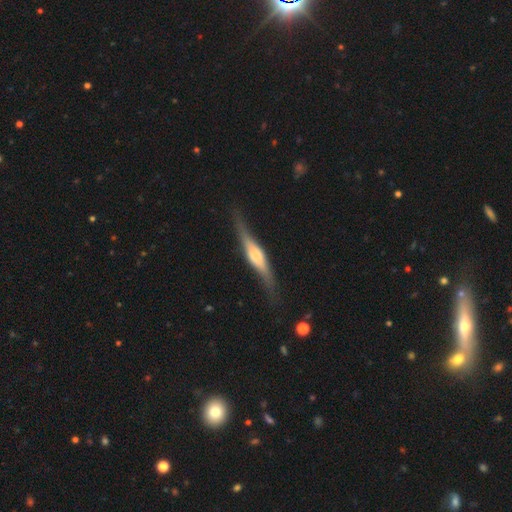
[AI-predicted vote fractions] smooth-or-featured: featured or disk: 69% | smooth: 25% | star or artifact: 6%
  disk-edge-on: yes: 94% | no: 6%
    edge-on-bulge: rounded: 69% | boxy: 25% | none: 6%
  merging: none: 80% | minor disturbance: 14% | major disturbance: 5% | merger: 1%